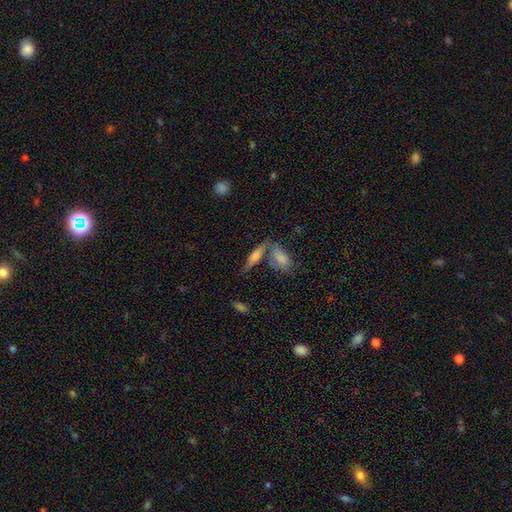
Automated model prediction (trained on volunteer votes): Smooth or featured? smooth (58%)
How rounded? cigar-shaped (53%)
Merging? none (54%)